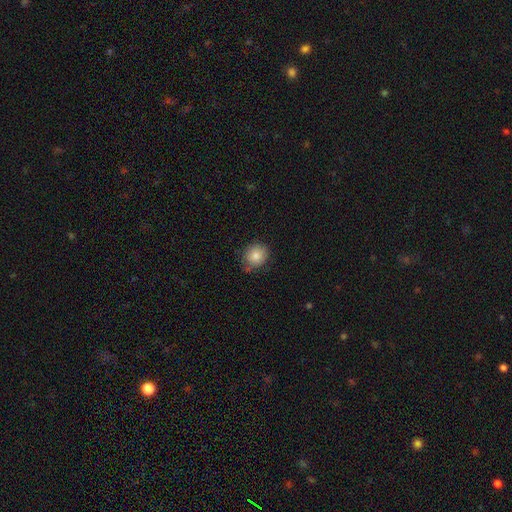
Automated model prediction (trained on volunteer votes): Smooth or featured?
  - smooth: 82% *
  - star or artifact: 9%
  - featured or disk: 9%
How rounded?
  - round: 78% *
  - in between: 21%
  - cigar-shaped: 1%
Merging?
  - none: 77% *
  - minor disturbance: 18%
  - major disturbance: 3%
  - merger: 2%